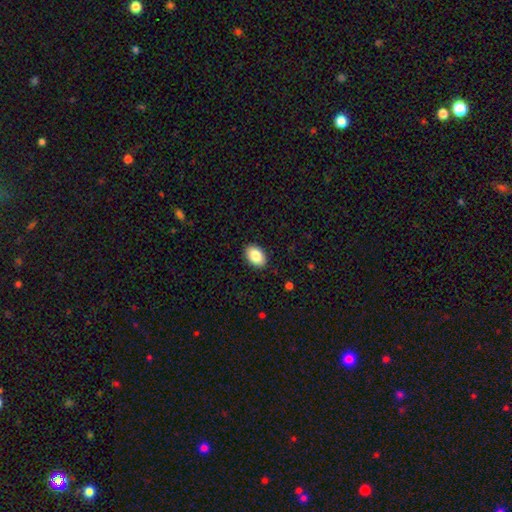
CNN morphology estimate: Smooth or featured? Predicted: smooth (p=0.87). How rounded? Predicted: in between (p=0.89). Merging? Predicted: none (p=0.90).